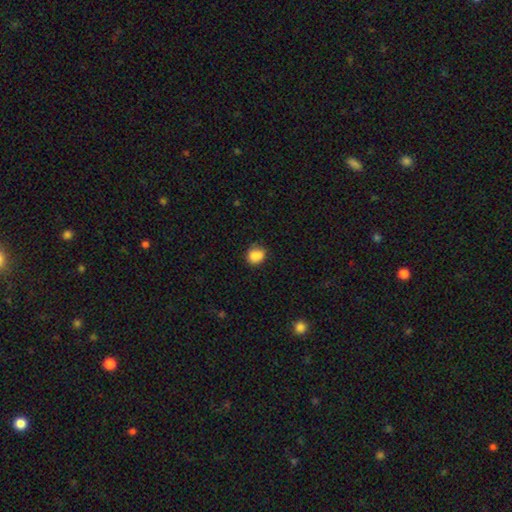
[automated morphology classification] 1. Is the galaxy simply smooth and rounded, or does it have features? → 83% smooth, 10% star or artifact, 7% featured or disk.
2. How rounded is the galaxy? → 61% round, 38% in between, 1% cigar-shaped.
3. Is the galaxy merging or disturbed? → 62% none, 24% minor disturbance, 7% merger, 6% major disturbance.